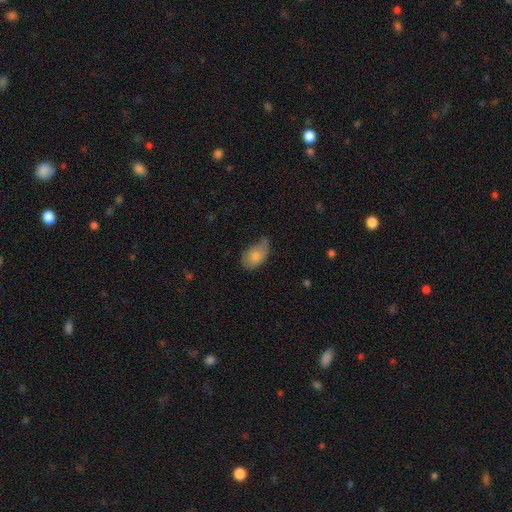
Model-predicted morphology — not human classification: Smooth or featured? Predicted: smooth (p=0.79). How rounded? Predicted: in between (p=0.90). Merging? Predicted: minor disturbance (p=0.45).